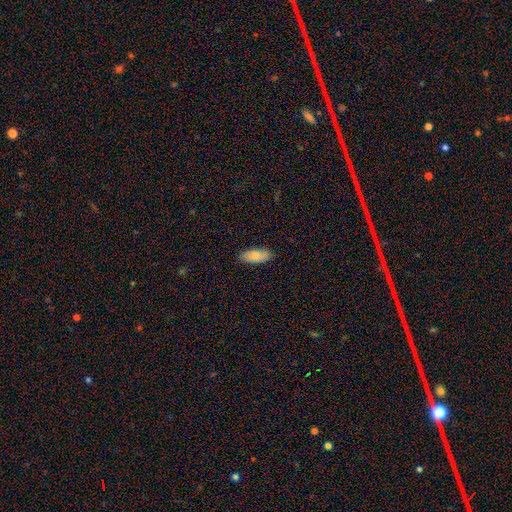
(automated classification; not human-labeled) Smooth or featured? smooth (82%)
How rounded? in between (84%)
Merging? none (86%)